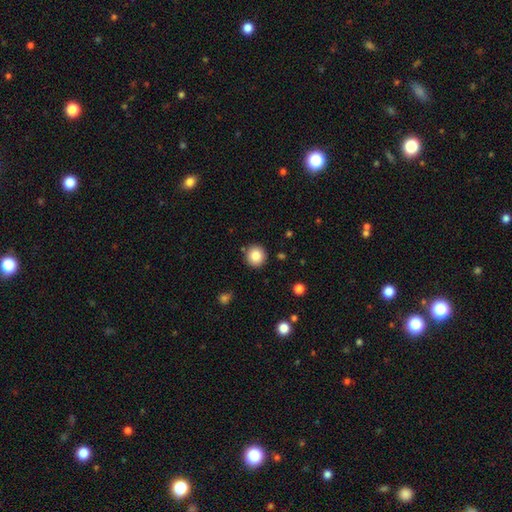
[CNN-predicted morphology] Smooth or featured?
  - smooth: 84% *
  - star or artifact: 9%
  - featured or disk: 6%
How rounded?
  - round: 94% *
  - in between: 5%
  - cigar-shaped: 1%
Merging?
  - none: 90% *
  - minor disturbance: 6%
  - merger: 2%
  - major disturbance: 2%